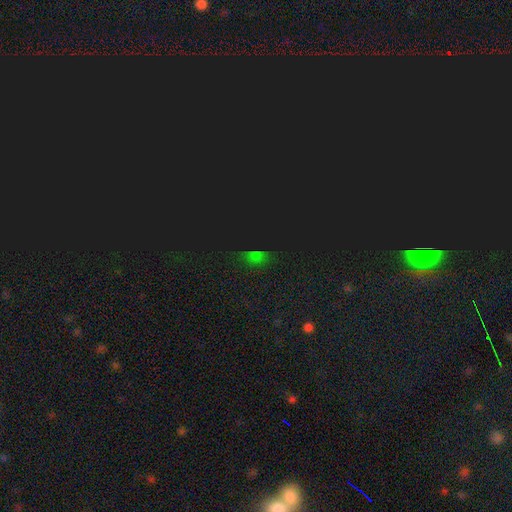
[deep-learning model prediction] Overall: star or artifact (61%; smooth 32%).